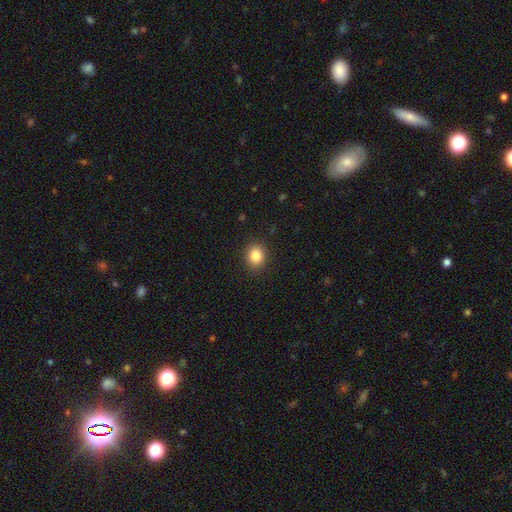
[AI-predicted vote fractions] smooth_or_featured: smooth (p=0.84) [alt: star or artifact p=0.10]
how_rounded: round (p=0.66) [alt: in between p=0.33]
merging: none (p=0.90) [alt: minor disturbance p=0.07]